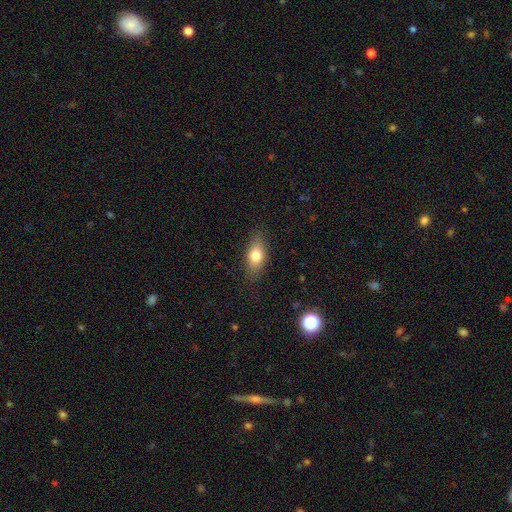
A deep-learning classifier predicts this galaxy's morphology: Smooth or featured?
  - smooth: 75% *
  - featured or disk: 17%
  - star or artifact: 8%
How rounded?
  - in between: 80% *
  - cigar-shaped: 11%
  - round: 8%
Merging?
  - none: 84% *
  - minor disturbance: 12%
  - major disturbance: 3%
  - merger: 1%